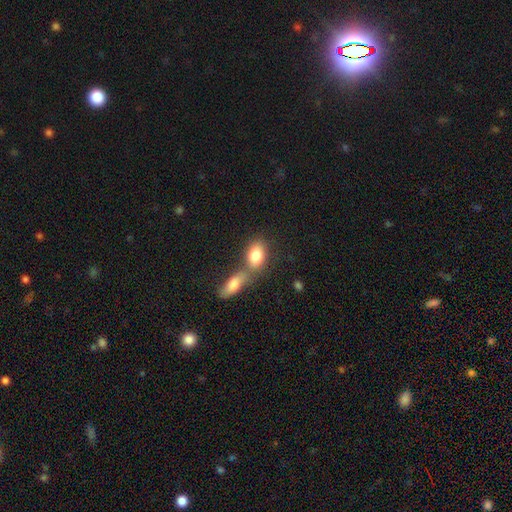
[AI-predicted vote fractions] The model was most divided on "merging": merger: 45%, none: 42%, minor disturbance: 9%, major disturbance: 4%. More confident: smooth or featured — smooth (82%); how rounded — in between (81%).